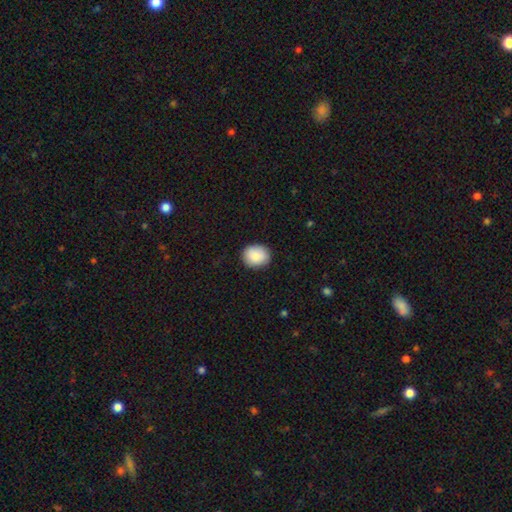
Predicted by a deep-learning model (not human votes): Smooth or featured: smooth — 88% (star or artifact — 7%)
How rounded: round — 64% (in between — 35%)
Merging: none — 88% (minor disturbance — 9%)